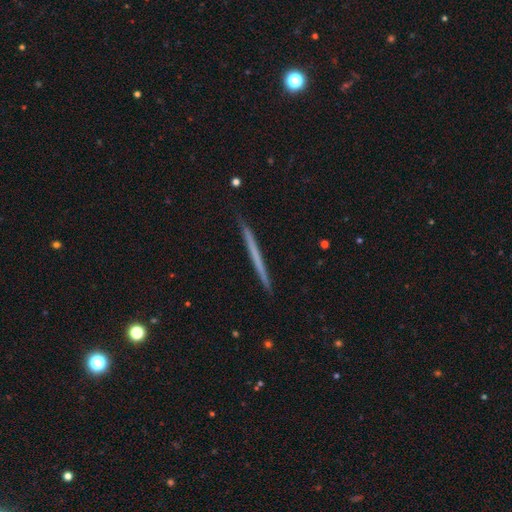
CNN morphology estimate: smooth_or_featured: featured or disk (p=0.49) [alt: smooth p=0.45]
merging: none (p=0.91) [alt: minor disturbance p=0.07]